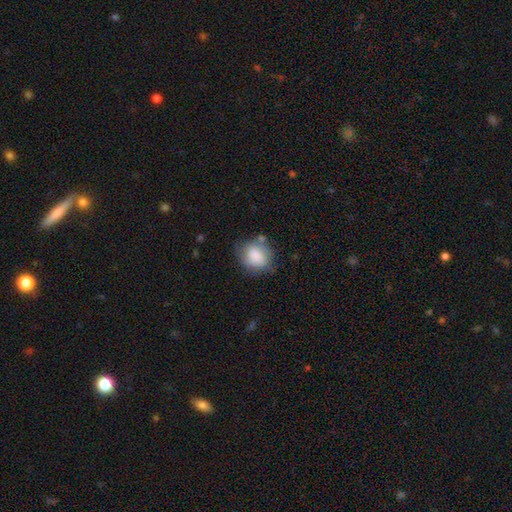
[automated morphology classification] Smooth or featured? smooth (82%)
How rounded? round (55%)
Merging? none (63%)